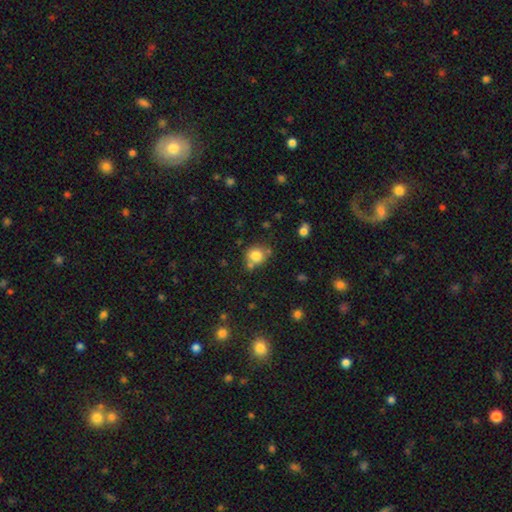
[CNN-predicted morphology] A smooth galaxy with no disk features (81%) that is round (83%).

Vote fractions:
- Smooth or featured? smooth: 81% / star or artifact: 12% / featured or disk: 8%
- How rounded? round: 83% / in between: 16% / cigar-shaped: 1%
- Merging? none: 67% / merger: 15% / minor disturbance: 14% / major disturbance: 4%